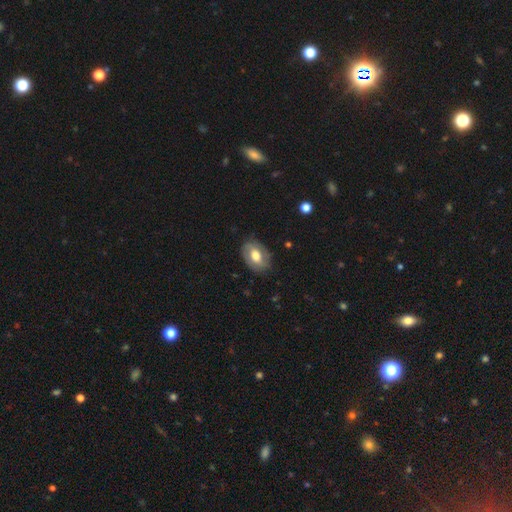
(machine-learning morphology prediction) smooth 52%, featured or disk 41%, star or artifact 7%. Down the decision tree: how rounded — in between (85%); merging — none (78%).